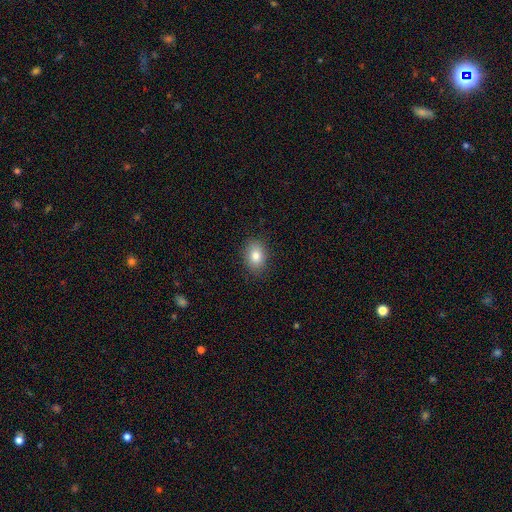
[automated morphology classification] type=smooth (81%); roundness=in between (73%); merging=none (88%).